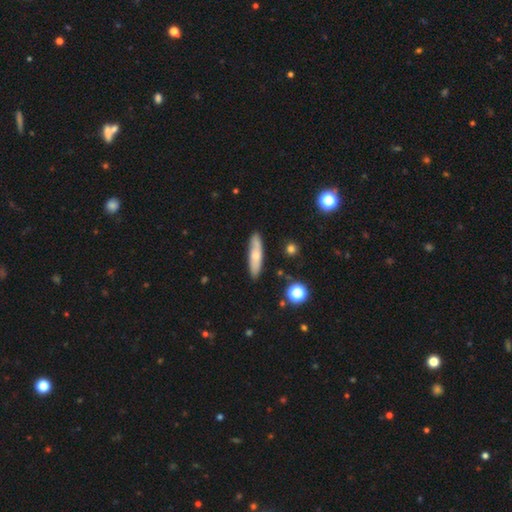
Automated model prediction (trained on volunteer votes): Morphology: type=smooth (63%); roundness=cigar-shaped (76%); merging=none (81%).